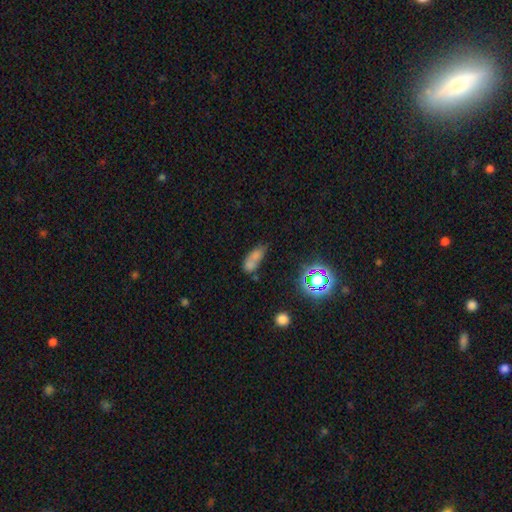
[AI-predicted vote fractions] Q: Smooth or featured?
A: smooth (62%); runner-up: star or artifact (20%)
Q: How rounded?
A: in between (71%); runner-up: cigar-shaped (16%)
Q: Merging?
A: merger (40%); runner-up: none (30%)